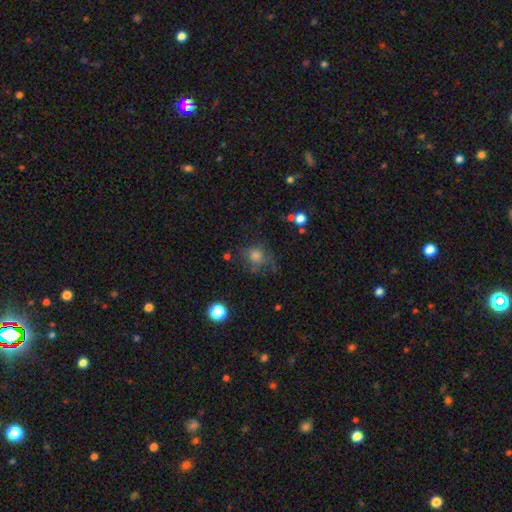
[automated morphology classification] Q: Smooth or featured?
A: smooth (68%); runner-up: star or artifact (18%)
Q: How rounded?
A: round (73%); runner-up: in between (26%)
Q: Merging?
A: none (56%); runner-up: minor disturbance (23%)